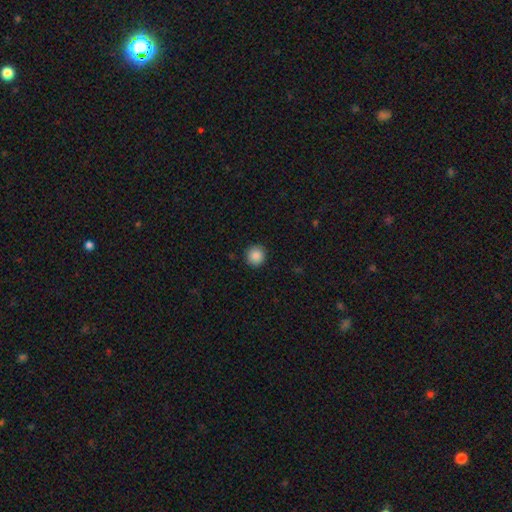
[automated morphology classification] Smooth or featured: smooth — 88% (star or artifact — 9%)
How rounded: round — 94% (in between — 5%)
Merging: none — 92% (minor disturbance — 6%)